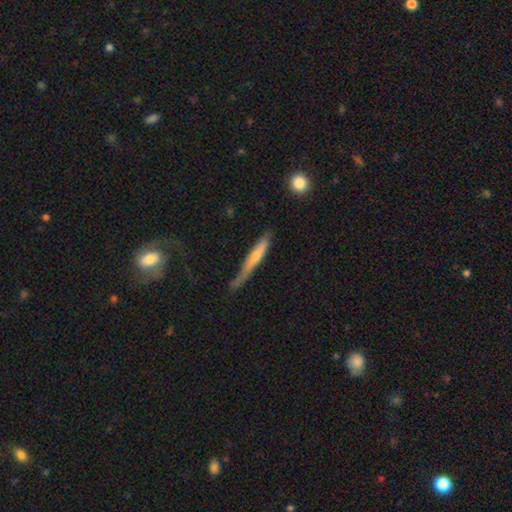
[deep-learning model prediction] A featured or disk galaxy (62%) viewed edge-on (90%) with a rounded central bulge (61%). Merging: none (68%).